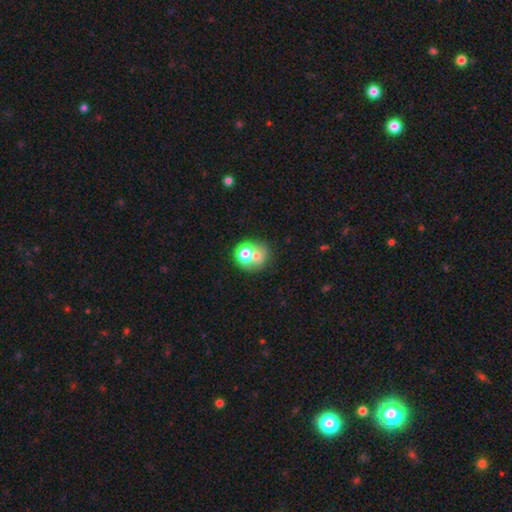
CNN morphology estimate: A smooth galaxy with no disk features (63%) that is round (68%).

Vote fractions:
- Smooth or featured? smooth: 63% / featured or disk: 27% / star or artifact: 11%
- How rounded? round: 68% / in between: 32% / cigar-shaped: 1%
- Merging? merger: 56% / none: 29% / minor disturbance: 9% / major disturbance: 6%